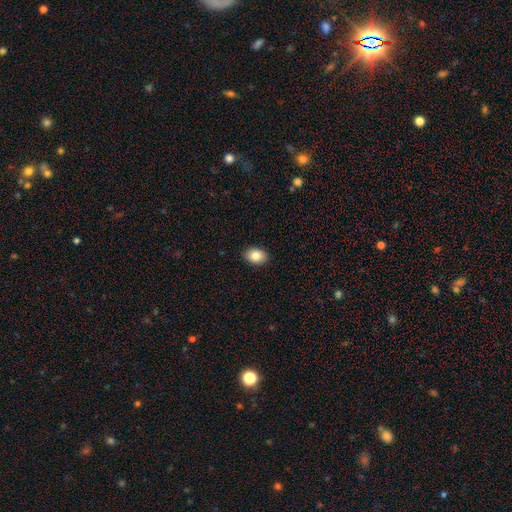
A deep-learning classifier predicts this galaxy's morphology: Smooth or featured? Predicted: smooth (p=0.85). How rounded? Predicted: in between (p=0.80). Merging? Predicted: none (p=0.90).